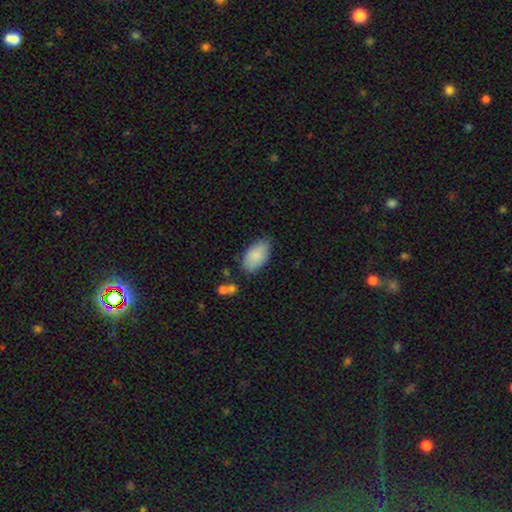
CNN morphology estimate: This appears to be a smooth galaxy with no disk features (85%) that is in between round and cigar-shaped (94%). Merging: none (73%).